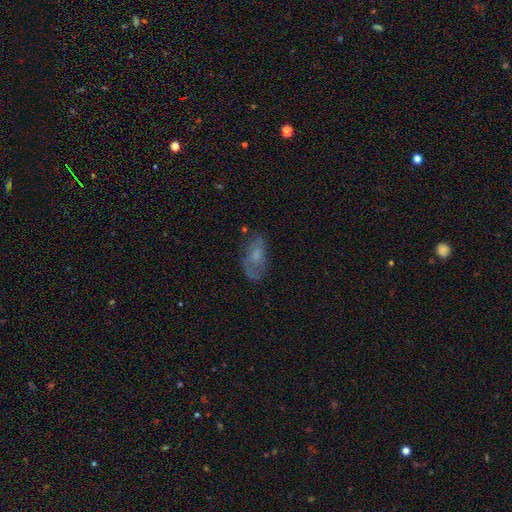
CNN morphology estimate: This is possibly a smooth galaxy (46%). Merging: likely none (63%).